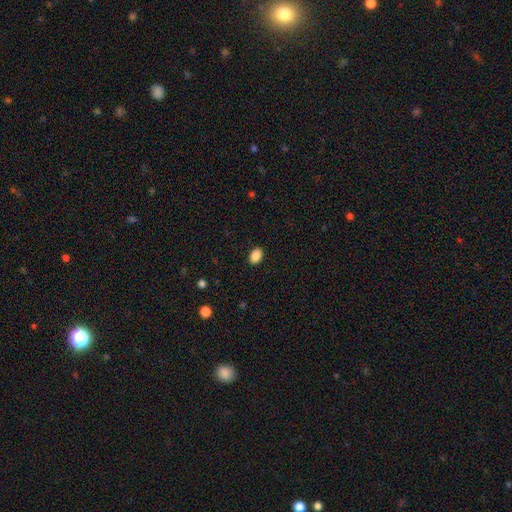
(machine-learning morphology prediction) Smooth or featured? Predicted: smooth (p=0.88). How rounded? Predicted: in between (p=0.85). Merging? Predicted: none (p=0.89).